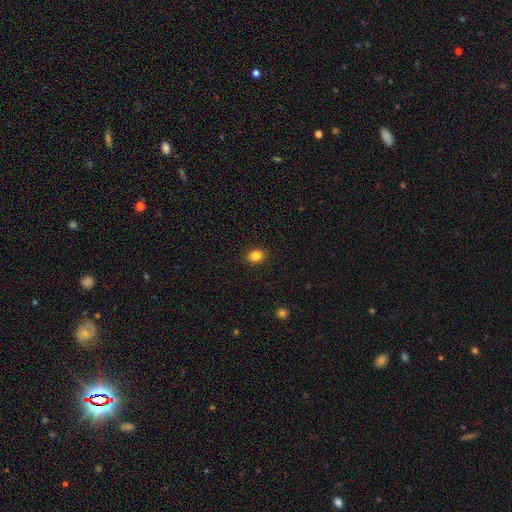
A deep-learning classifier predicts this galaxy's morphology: A smooth galaxy with no disk features (84%) that is in between round and cigar-shaped (53%).

Vote fractions:
- Smooth or featured? smooth: 84% / star or artifact: 11% / featured or disk: 5%
- How rounded? in between: 53% / round: 46% / cigar-shaped: 1%
- Merging? none: 90% / minor disturbance: 7% / major disturbance: 2% / merger: 1%